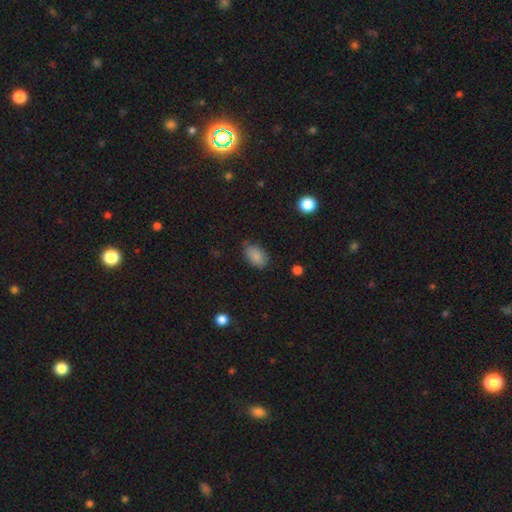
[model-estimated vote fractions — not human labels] Morphology: type=smooth (85%); roundness=in between (89%); merging=none (74%).